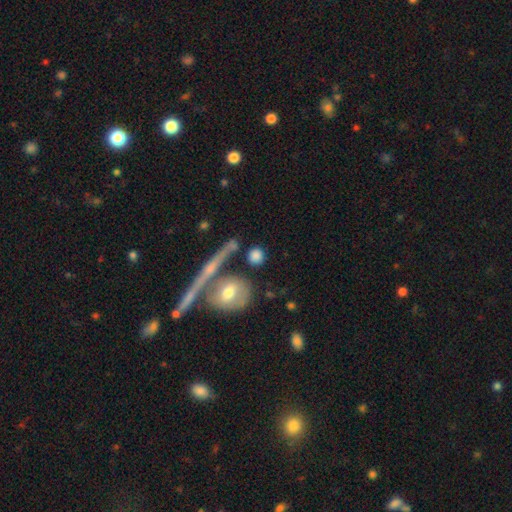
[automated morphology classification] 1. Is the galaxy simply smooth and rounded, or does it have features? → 77% smooth, 15% featured or disk, 8% star or artifact.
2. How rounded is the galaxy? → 79% round, 15% in between, 7% cigar-shaped.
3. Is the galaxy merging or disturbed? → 70% none, 12% minor disturbance, 12% merger, 6% major disturbance.